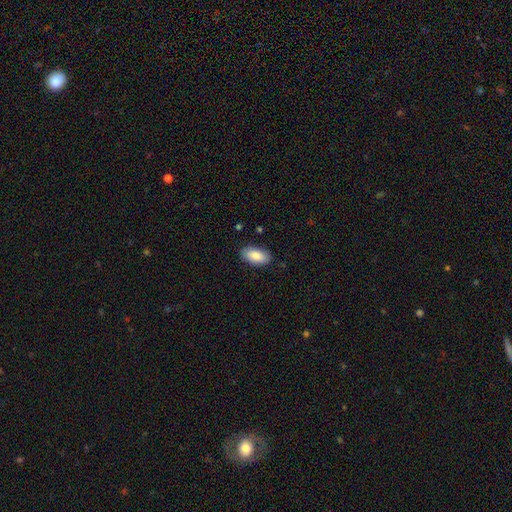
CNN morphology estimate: smooth_or_featured: smooth (p=0.86) [alt: featured or disk p=0.08]
how_rounded: in between (p=0.94) [alt: cigar-shaped p=0.04]
merging: none (p=0.87) [alt: minor disturbance p=0.10]